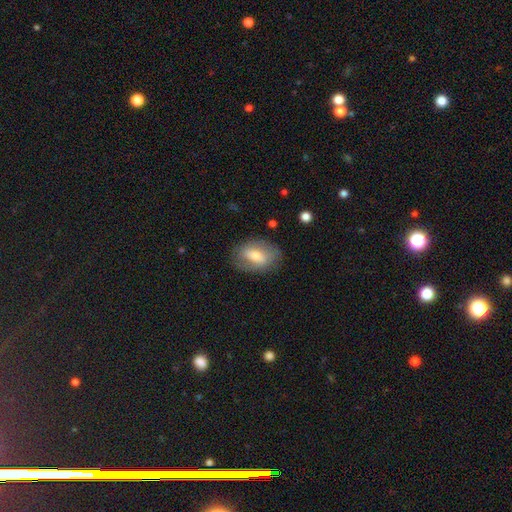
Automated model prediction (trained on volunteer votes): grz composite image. It shows a smooth galaxy with no disk features (58%) that is in between round and cigar-shaped (85%). Merging: none (76%).